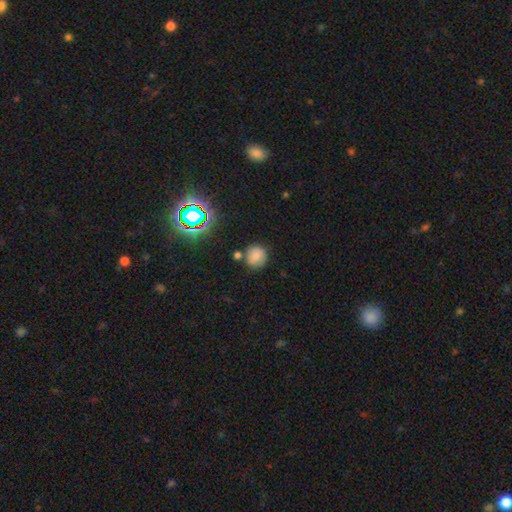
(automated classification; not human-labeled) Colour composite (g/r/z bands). It shows a smooth galaxy with no disk features (75%) that is round (88%). Merging: none (73%).